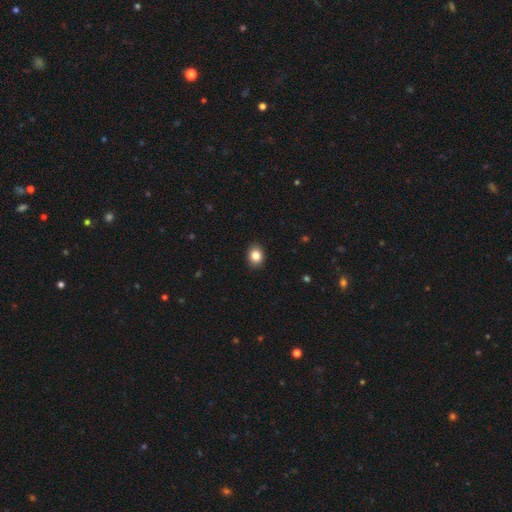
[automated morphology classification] This appears to be a smooth galaxy with no disk features (85%) that is in between round and cigar-shaped (52%). Merging: none (90%).